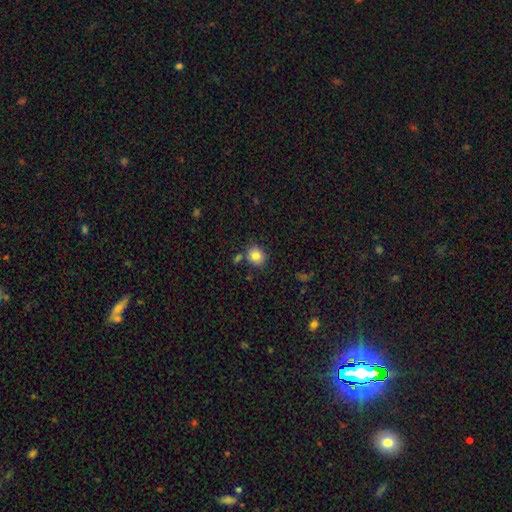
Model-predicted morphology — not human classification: Smooth or featured? Predicted: smooth (p=0.84). How rounded? Predicted: round (p=0.69). Merging? Predicted: none (p=0.78).